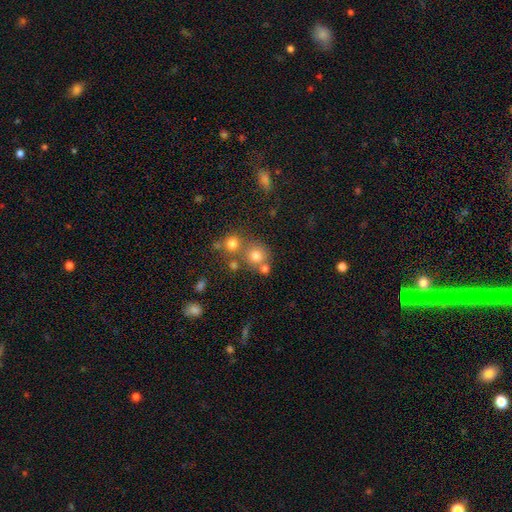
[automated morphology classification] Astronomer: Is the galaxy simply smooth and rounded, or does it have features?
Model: smooth — 74%.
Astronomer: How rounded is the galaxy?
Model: round — 88%.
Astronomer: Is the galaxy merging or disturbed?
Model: none — 60%.